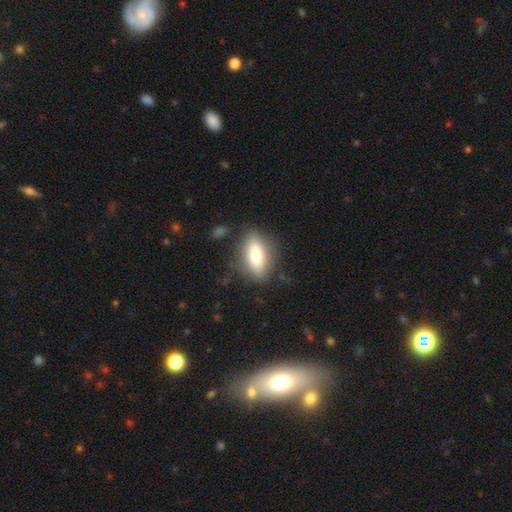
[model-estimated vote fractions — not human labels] Overall: smooth (72%). How rounded: in between (74%). Merging: none (79%).